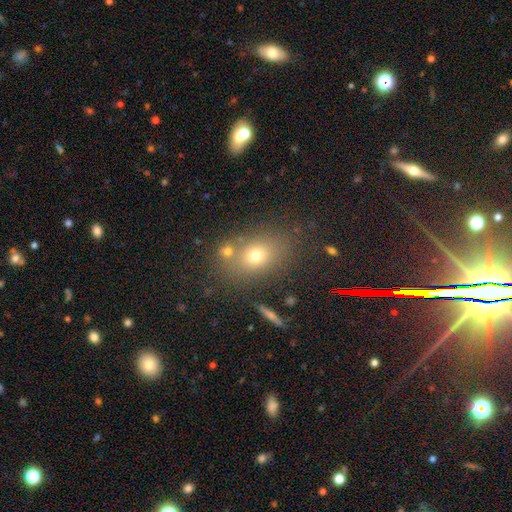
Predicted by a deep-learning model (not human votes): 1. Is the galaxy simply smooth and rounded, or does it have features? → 67% smooth, 17% star or artifact, 16% featured or disk.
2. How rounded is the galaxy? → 64% in between, 34% round, 2% cigar-shaped.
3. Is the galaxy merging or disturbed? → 72% none, 12% minor disturbance, 11% merger, 5% major disturbance.